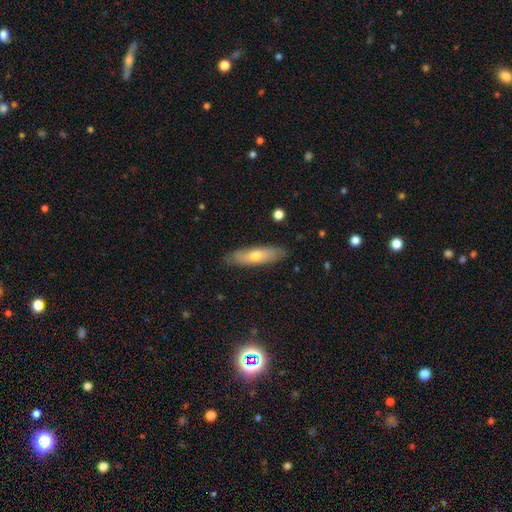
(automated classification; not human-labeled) A smooth galaxy with no disk features (58%) that is cigar-shaped (61%). Merging: none (84%).